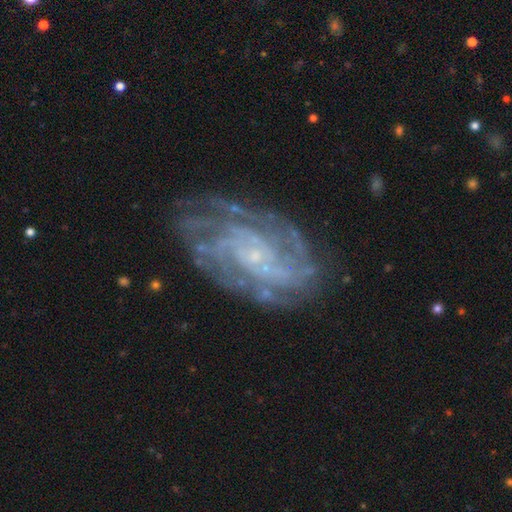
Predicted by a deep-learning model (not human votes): featured or disk 88%, star or artifact 6%, smooth 6%. Down the decision tree: edge-on disk — no (96%); bar — no (68%); spiral arms — yes (96%); spiral arm count — can't tell (29%); spiral winding — tight (66%); bulge size — small (84%); merging — none (72%).